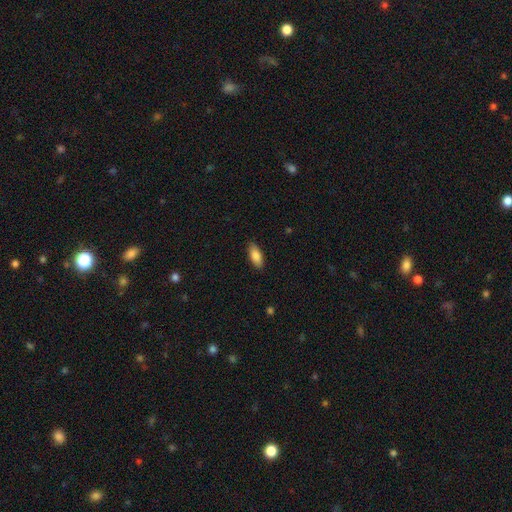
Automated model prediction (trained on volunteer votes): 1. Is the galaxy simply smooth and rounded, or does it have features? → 84% smooth, 9% featured or disk, 6% star or artifact.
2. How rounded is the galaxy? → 83% in between, 15% cigar-shaped, 2% round.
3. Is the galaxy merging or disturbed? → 88% none, 9% minor disturbance, 2% major disturbance, 1% merger.